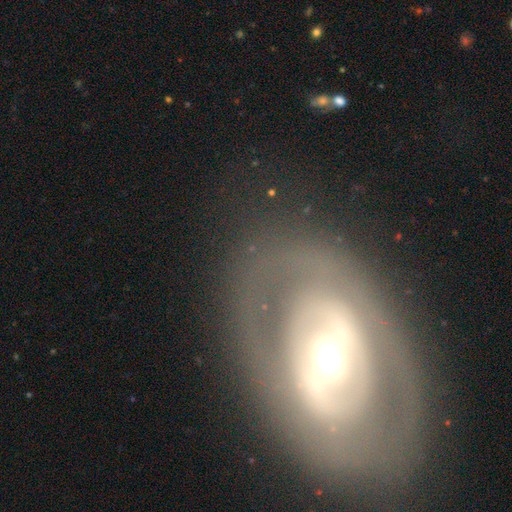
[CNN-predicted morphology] This appears to be a featured or disk galaxy (76%) with no bar (43%), no spiral arms (60%) and a moderate central bulge (61%). Merging: none (78%).